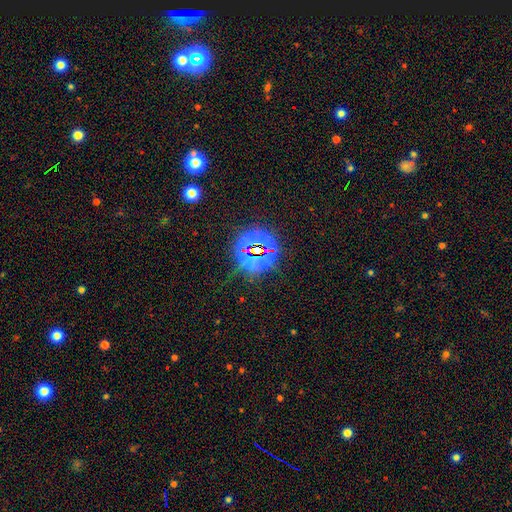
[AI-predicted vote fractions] This is clearly a star or artifact rather than a galaxy (82%).